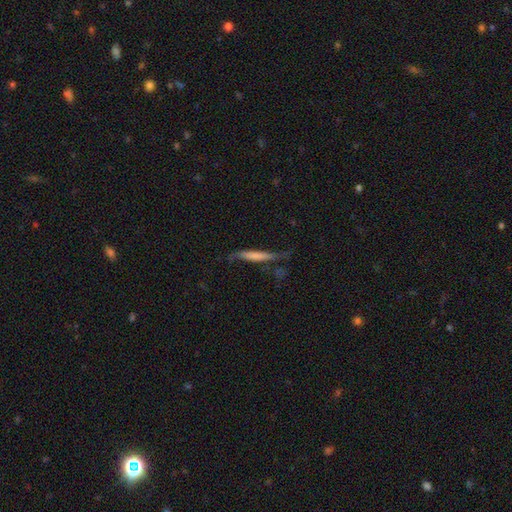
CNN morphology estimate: type=smooth (59%); roundness=cigar-shaped (93%); merging=none (51%).